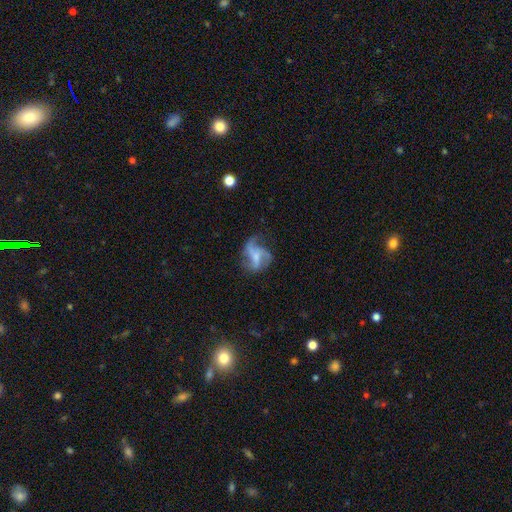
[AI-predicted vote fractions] Smooth or featured: featured or disk — 73% (smooth — 17%)
Edge-on disk: no — 97% (yes — 3%)
Bar: no — 46% (weak — 38%)
Spiral arms: yes — 85% (no — 15%)
Spiral winding: loose — 62% (medium — 31%)
Spiral arm count: 3 — 47% (2 — 20%)
Bulge size: small — 48% (moderate — 28%)
Merging: none — 48% (major disturbance — 28%)